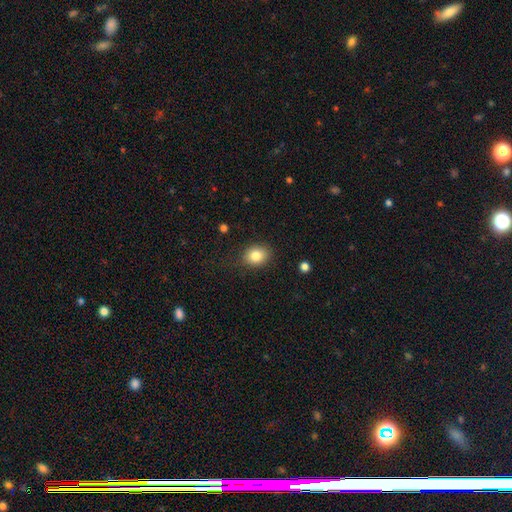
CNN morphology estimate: A smooth galaxy with no disk features (83%) that is in between round and cigar-shaped (50%).

Vote fractions:
- Smooth or featured? smooth: 83% / star or artifact: 9% / featured or disk: 8%
- How rounded? in between: 50% / round: 49% / cigar-shaped: 1%
- Merging? none: 82% / minor disturbance: 13% / major disturbance: 4% / merger: 1%